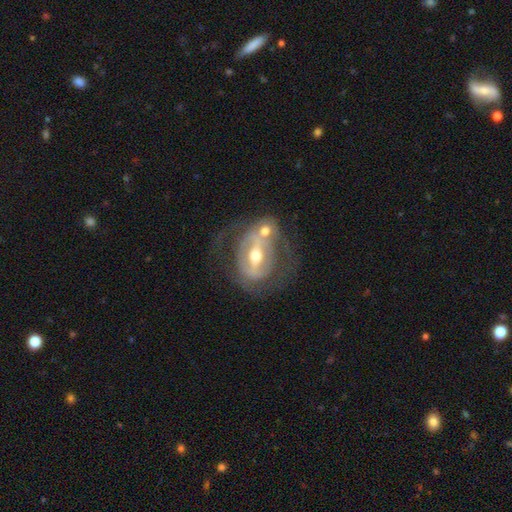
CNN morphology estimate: Overall: featured or disk (80%). Edge-on disk: no (92%). Bar: strong (60%; weak 27%). Spiral arms: yes (57%; no 43%). Bulge size: moderate (70%). Merging: none (42%; merger 27%).